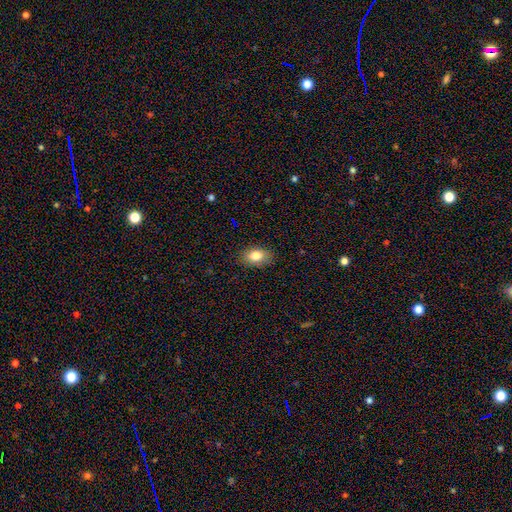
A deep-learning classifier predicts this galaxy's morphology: Smooth or featured?
  - smooth: 81% *
  - featured or disk: 10%
  - star or artifact: 9%
How rounded?
  - in between: 85% *
  - round: 14%
  - cigar-shaped: 2%
Merging?
  - none: 85% *
  - minor disturbance: 11%
  - major disturbance: 3%
  - merger: 1%